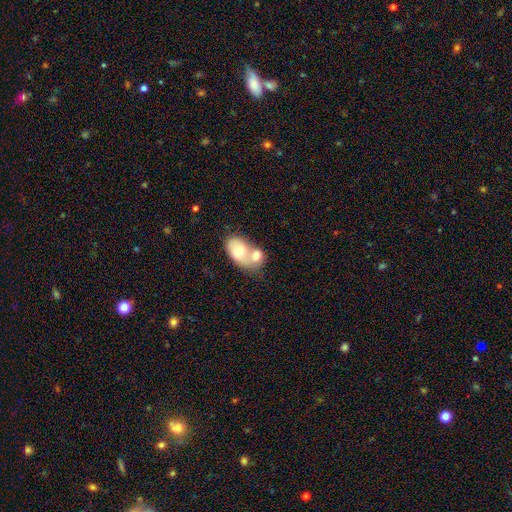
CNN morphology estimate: type=smooth (67%); roundness=in between (74%); merging=merger (74%).